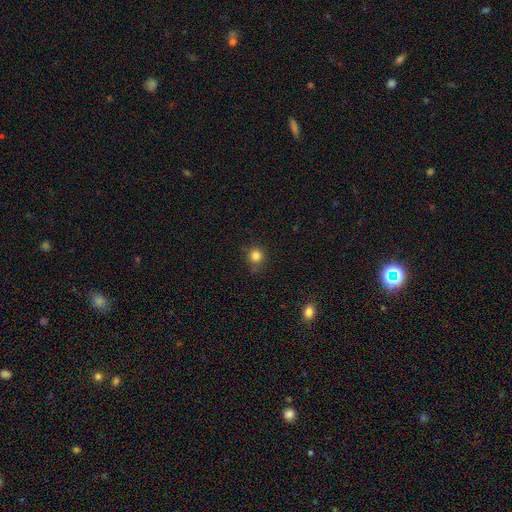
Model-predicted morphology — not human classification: smooth-or-featured: smooth: 82% | star or artifact: 13% | featured or disk: 5%
  how-rounded: round: 91% | in between: 8% | cigar-shaped: 1%
  merging: none: 78% | minor disturbance: 16% | major disturbance: 3% | merger: 3%